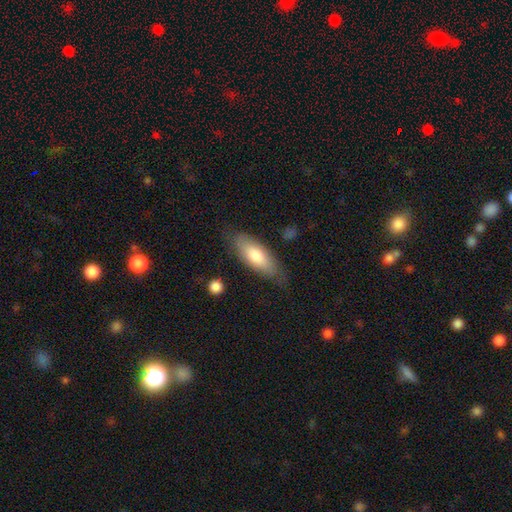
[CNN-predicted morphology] Smooth or featured? smooth (74%)
How rounded? in between (74%)
Merging? none (73%)